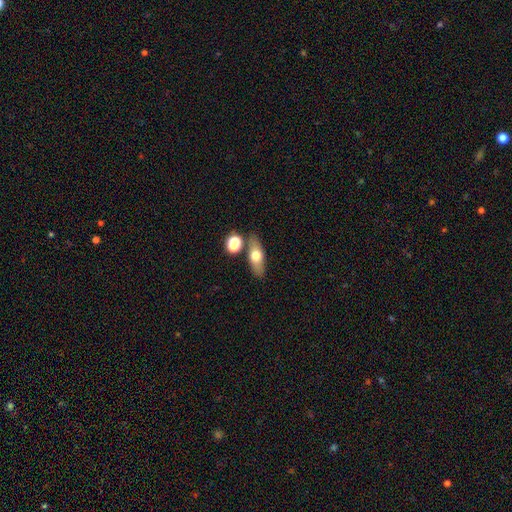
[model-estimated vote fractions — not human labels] Smooth or featured: smooth — 61% (featured or disk — 31%)
How rounded: in between — 64% (cigar-shaped — 27%)
Merging: none — 76% (merger — 10%)